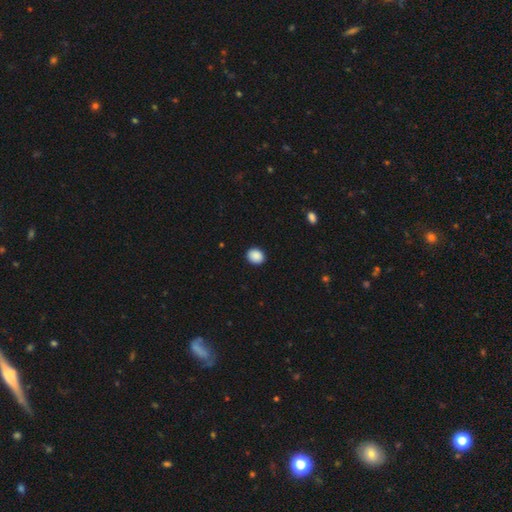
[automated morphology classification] A smooth galaxy with no disk features (90%) that is round (59%). Merging: none (91%).